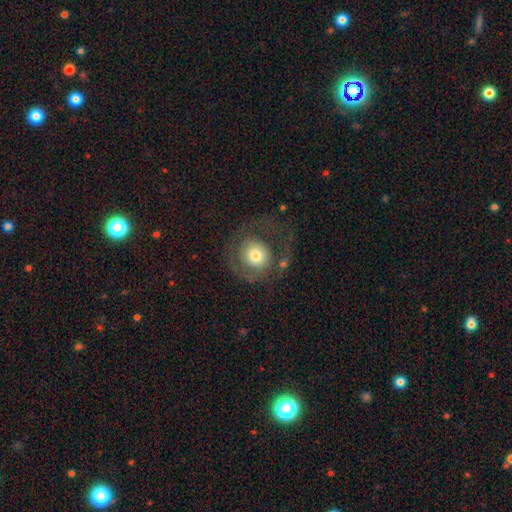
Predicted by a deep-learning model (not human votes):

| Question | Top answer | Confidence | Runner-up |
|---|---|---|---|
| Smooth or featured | smooth | 54% | featured or disk (38%) |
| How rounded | round | 87% | in between (12%) |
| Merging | none | 45% | major disturbance (35%) |